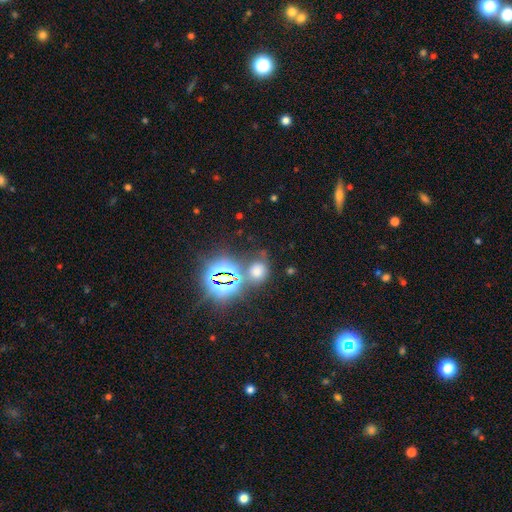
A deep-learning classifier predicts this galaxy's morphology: smooth-or-featured: star or artifact: 76% | smooth: 16% | featured or disk: 8%